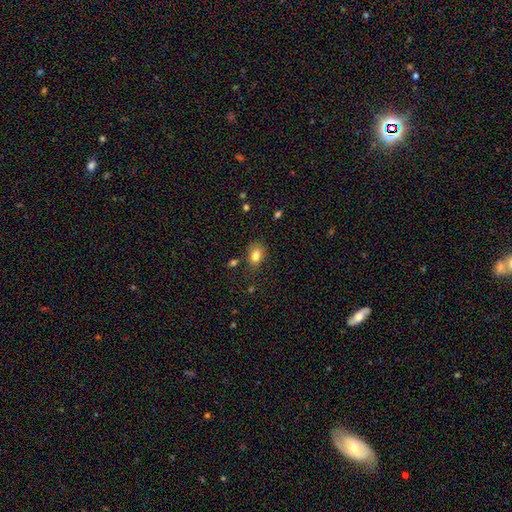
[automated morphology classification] This appears to be a smooth galaxy with no disk features (82%) that is in between round and cigar-shaped (78%). Merging: none (73%).